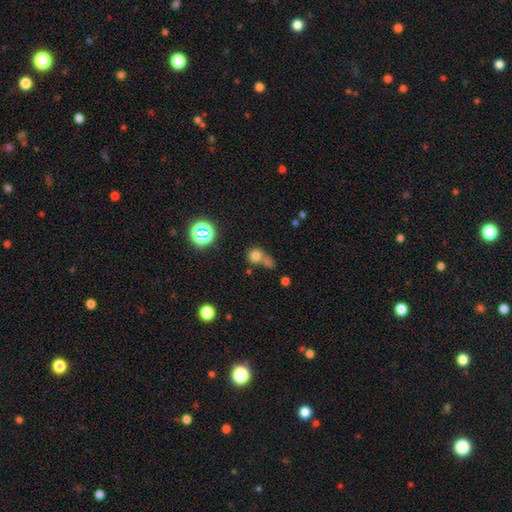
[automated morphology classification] Smooth or featured? Predicted: smooth (p=0.70). How rounded? Predicted: round (p=0.83). Merging? Predicted: merger (p=0.39).